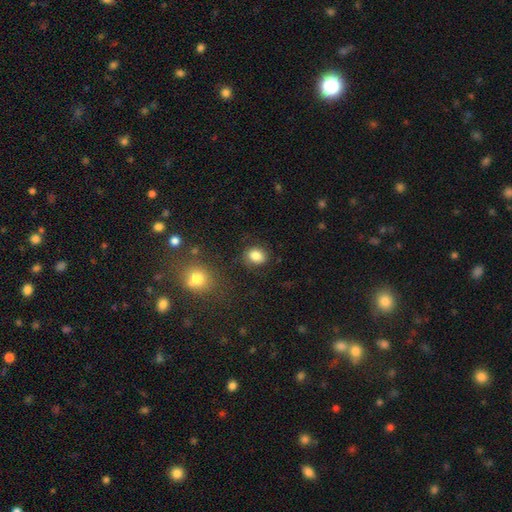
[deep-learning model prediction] Morphology: type=smooth (84%); roundness=round (53%); merging=none (80%).